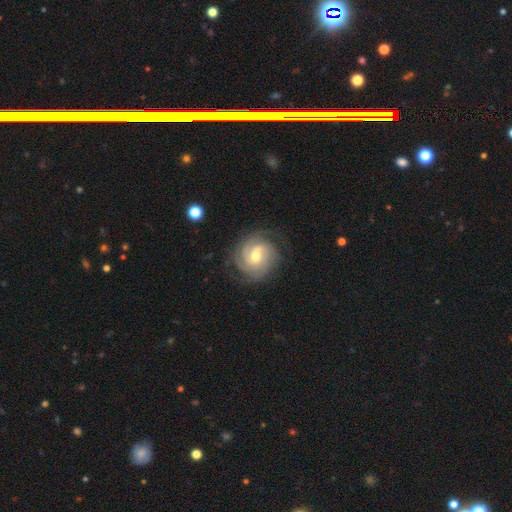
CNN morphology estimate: A featured or disk galaxy (80%) with a weak bar (45%), tight (60%) spiral arms (95%) and a moderate central bulge (60%).

Vote fractions:
- Smooth or featured? featured or disk: 80% / smooth: 14% / star or artifact: 6%
- Edge-on disk? no: 98% / yes: 2%
- Bar? weak: 45% / no: 44% / strong: 11%
- Spiral arms? yes: 95% / no: 5%
- Spiral winding? tight: 60% / medium: 30% / loose: 9%
- Spiral arm count? can't tell: 30% / 3: 26% / 2: 25% / 4: 9% / 1: 6% / more than 4: 5%
- Bulge size? moderate: 60% / small: 35% / large: 3% / none: 1% / dominant: 1%
- Merging? none: 73% / minor disturbance: 17% / major disturbance: 9% / merger: 1%